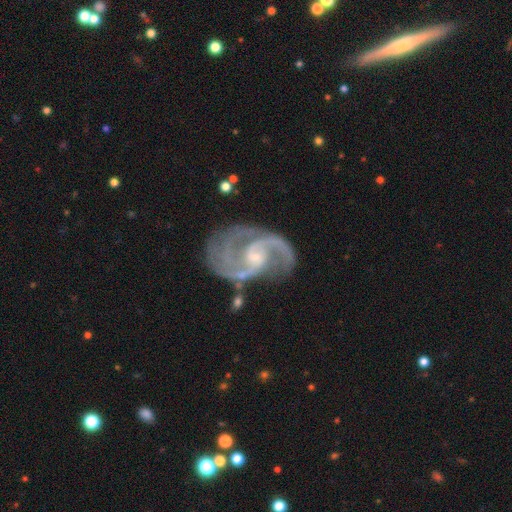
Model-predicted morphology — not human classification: smooth_or_featured: featured or disk (p=0.91) [alt: star or artifact p=0.05]
disk_edge_on: no (p=0.98) [alt: yes p=0.02]
bar: weak (p=0.46) [alt: no p=0.40]
has_spiral_arms: yes (p=0.98) [alt: no p=0.02]
spiral_winding: medium (p=0.56) [alt: tight p=0.28]
spiral_arm_count: 2 (p=0.69) [alt: 3 p=0.15]
bulge_size: small (p=0.53) [alt: moderate p=0.37]
merging: none (p=0.63) [alt: minor disturbance p=0.20]